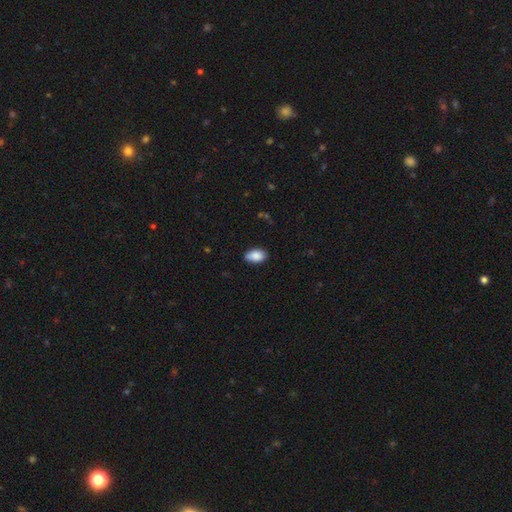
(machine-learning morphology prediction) Overall: smooth (89%). How rounded: in between (93%). Merging: none (84%).